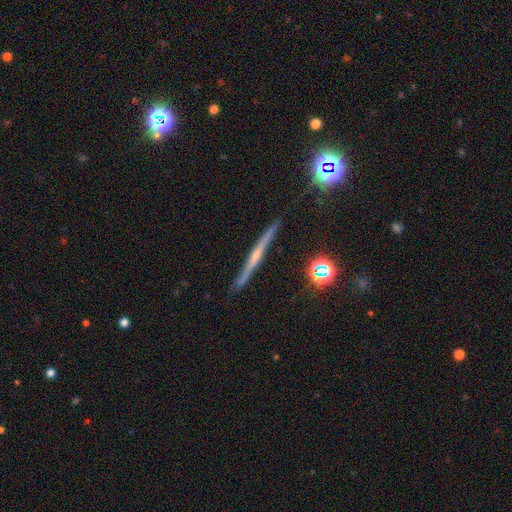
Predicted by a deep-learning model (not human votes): smooth-or-featured: featured or disk: 67% | smooth: 21% | star or artifact: 12%
  disk-edge-on: yes: 97% | no: 3%
    edge-on-bulge: rounded: 48% | none: 43% | boxy: 9%
  merging: none: 88% | minor disturbance: 9% | major disturbance: 2% | merger: 2%